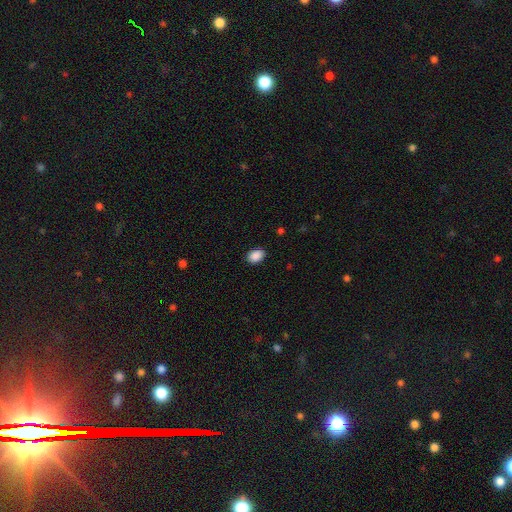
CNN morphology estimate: Smooth or featured? smooth (90%)
How rounded? in between (78%)
Merging? none (86%)